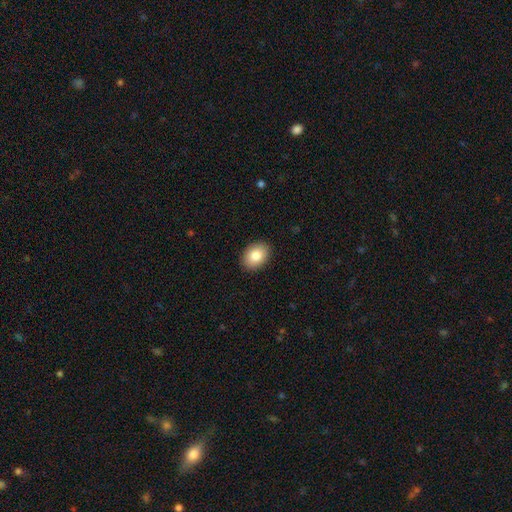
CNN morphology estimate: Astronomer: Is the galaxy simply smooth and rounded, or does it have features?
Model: smooth — 84%.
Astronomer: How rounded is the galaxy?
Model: in between — 75%.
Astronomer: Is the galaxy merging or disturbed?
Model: none — 90%.